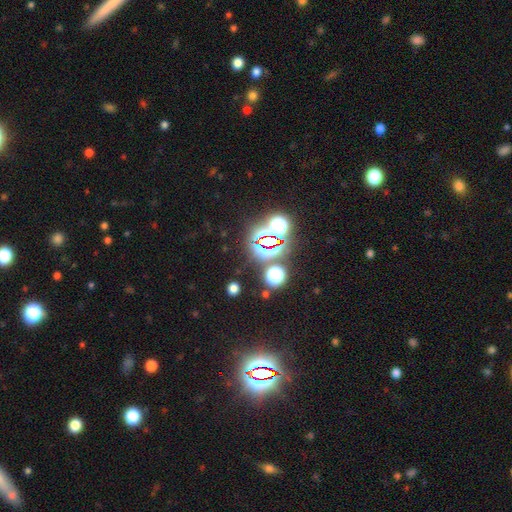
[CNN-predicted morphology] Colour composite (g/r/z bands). It shows a star or artifact, not a galaxy (80%).